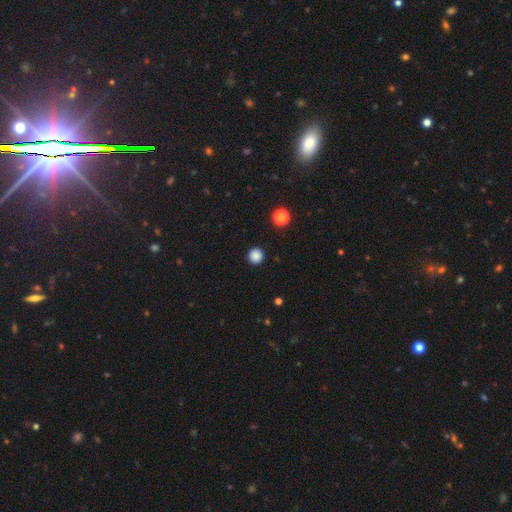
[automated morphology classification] A smooth galaxy with no disk features (86%) that is round (95%). Merging: none (92%).